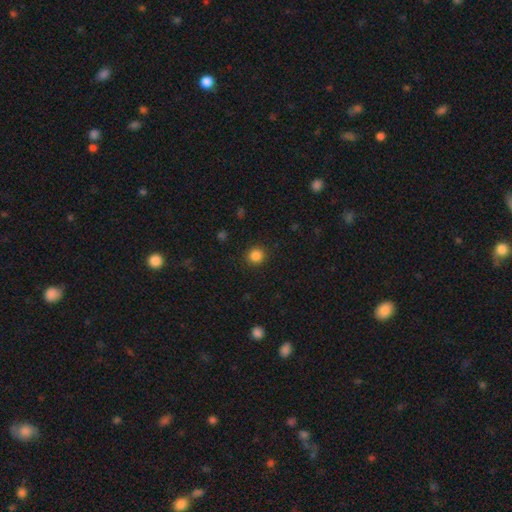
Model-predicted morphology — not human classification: smooth_or_featured: smooth (p=0.85) [alt: star or artifact p=0.11]
how_rounded: round (p=0.92) [alt: in between p=0.07]
merging: none (p=0.91) [alt: minor disturbance p=0.05]